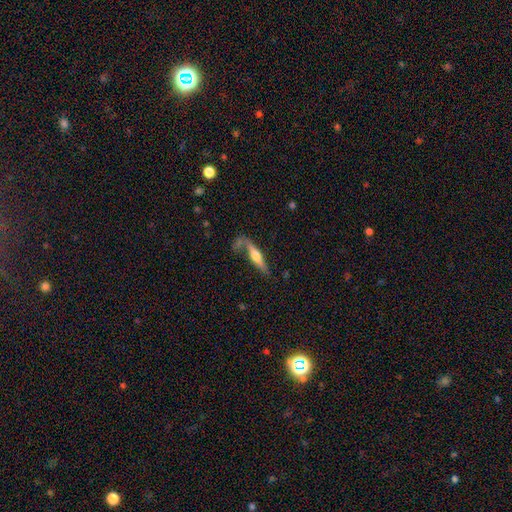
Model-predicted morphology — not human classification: Smooth or featured?
  - featured or disk: 56% *
  - smooth: 38%
  - star or artifact: 6%
Edge-on disk?
  - yes: 91% *
  - no: 9%
Edge-on bulge?
  - rounded: 89% *
  - boxy: 6%
  - none: 5%
Merging?
  - none: 57% *
  - minor disturbance: 20%
  - merger: 12%
  - major disturbance: 11%